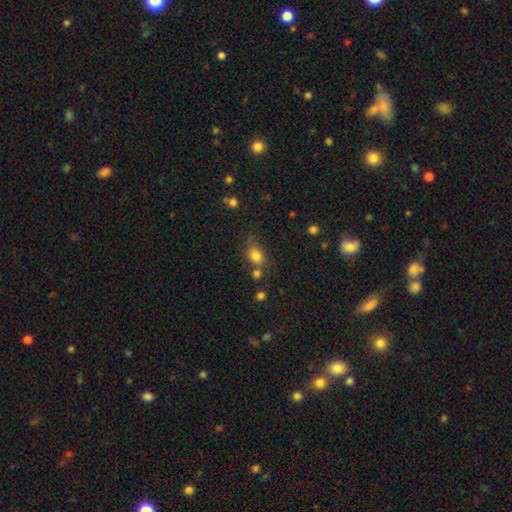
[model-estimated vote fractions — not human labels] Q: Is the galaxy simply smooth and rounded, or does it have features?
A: smooth — 80%.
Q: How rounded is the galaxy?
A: in between — 49%, tied with round.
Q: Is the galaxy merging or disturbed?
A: none — 57%.